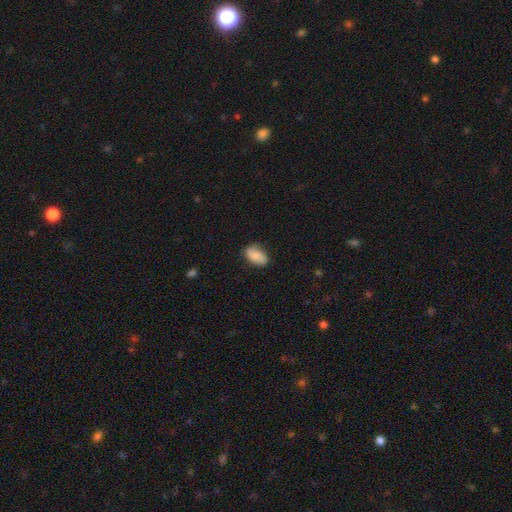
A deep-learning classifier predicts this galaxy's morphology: This is clearly a smooth galaxy (80%). How rounded: clearly in between (91%). Merging: likely none (74%).